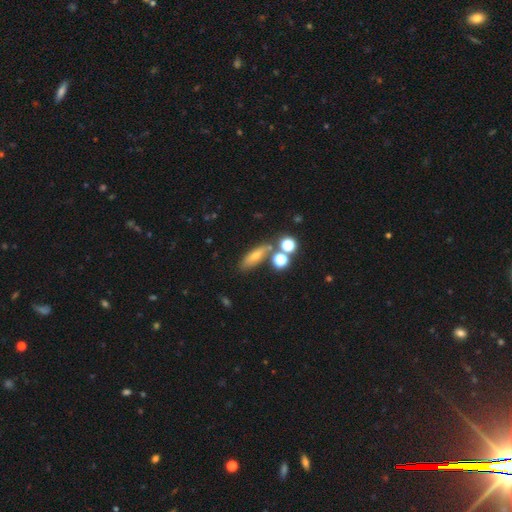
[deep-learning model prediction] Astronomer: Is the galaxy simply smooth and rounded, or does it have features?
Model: smooth — 58%.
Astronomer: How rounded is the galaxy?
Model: in between — 44% (runner-up: cigar-shaped, 42%).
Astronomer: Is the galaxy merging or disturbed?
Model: none — 64%.